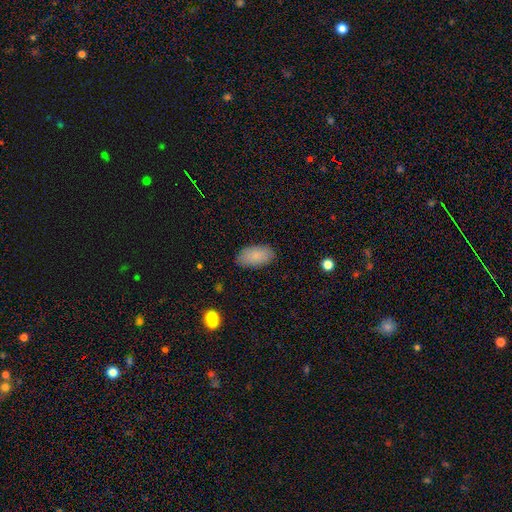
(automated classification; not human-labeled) Smooth or featured? Predicted: smooth (p=0.87). How rounded? Predicted: in between (p=0.94). Merging? Predicted: none (p=0.84).